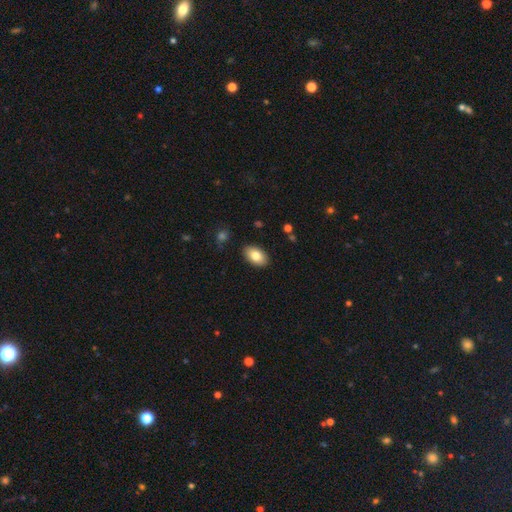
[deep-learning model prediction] A smooth galaxy with no disk features (81%) that is in between round and cigar-shaped (91%). Merging: none (88%).